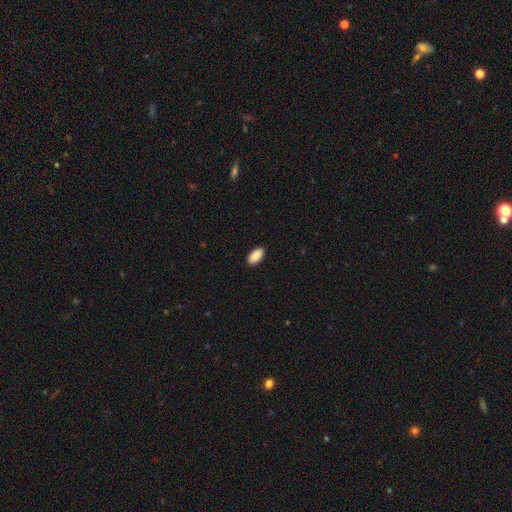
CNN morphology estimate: smooth_or_featured: smooth (p=0.90) [alt: star or artifact p=0.06]
how_rounded: in between (p=0.95) [alt: round p=0.03]
merging: none (p=0.89) [alt: minor disturbance p=0.08]